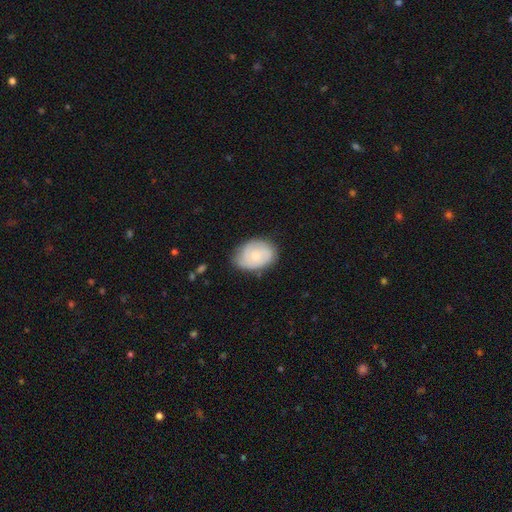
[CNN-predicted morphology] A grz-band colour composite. It shows a featured or disk galaxy (48%). Merging: none (72%).